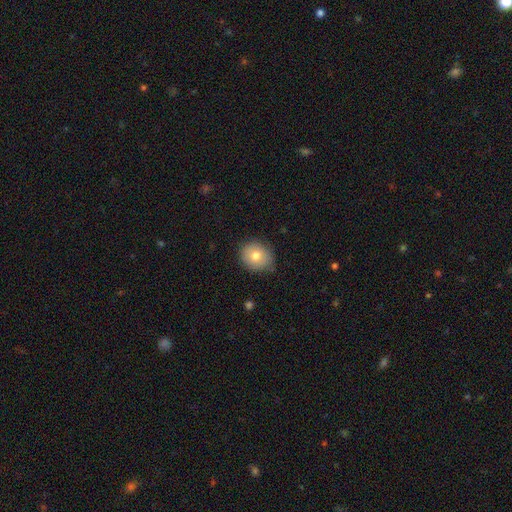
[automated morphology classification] A smooth galaxy with no disk features (76%) that is round (73%).

Vote fractions:
- Smooth or featured? smooth: 76% / featured or disk: 14% / star or artifact: 9%
- How rounded? round: 73% / in between: 26% / cigar-shaped: 1%
- Merging? none: 76% / minor disturbance: 20% / major disturbance: 3% / merger: 1%